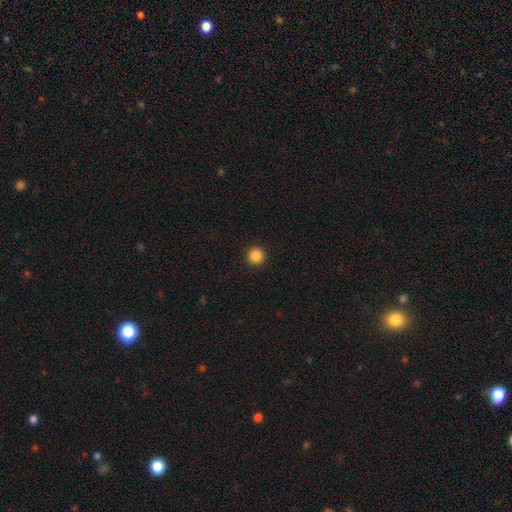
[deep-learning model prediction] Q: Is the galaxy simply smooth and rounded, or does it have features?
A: smooth — 86%.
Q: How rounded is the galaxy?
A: round — 96%.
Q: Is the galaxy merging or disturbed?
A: none — 94%.